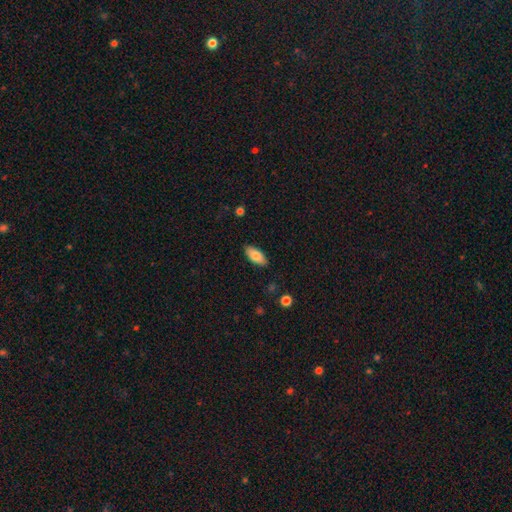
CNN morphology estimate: A smooth galaxy with no disk features (83%) that is in between round and cigar-shaped (87%). Merging: none (87%).